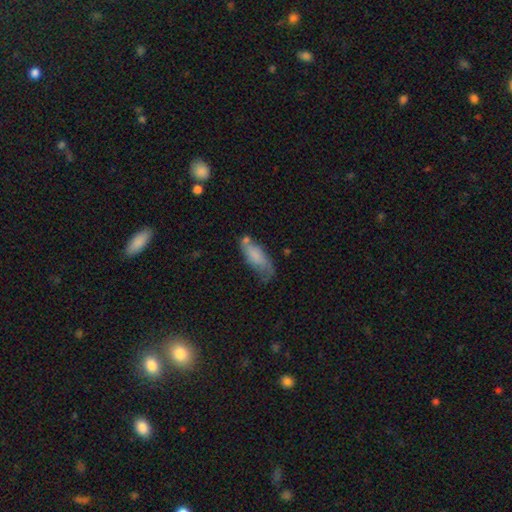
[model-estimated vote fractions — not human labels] Smooth or featured: smooth — 66% (featured or disk — 26%)
How rounded: in between — 74% (cigar-shaped — 24%)
Merging: none — 43% (minor disturbance — 32%)